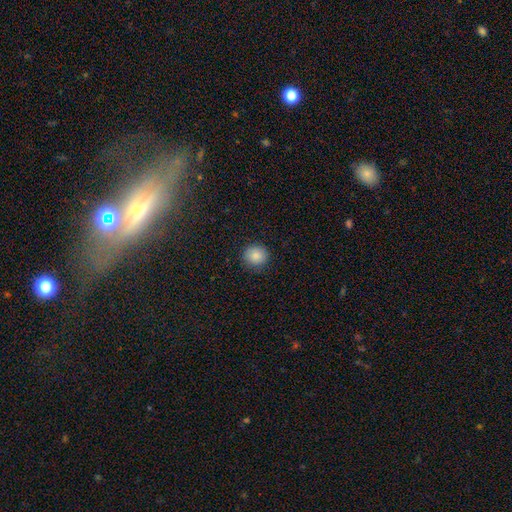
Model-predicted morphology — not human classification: Overall: smooth (87%). How rounded: round (90%). Merging: none (89%).